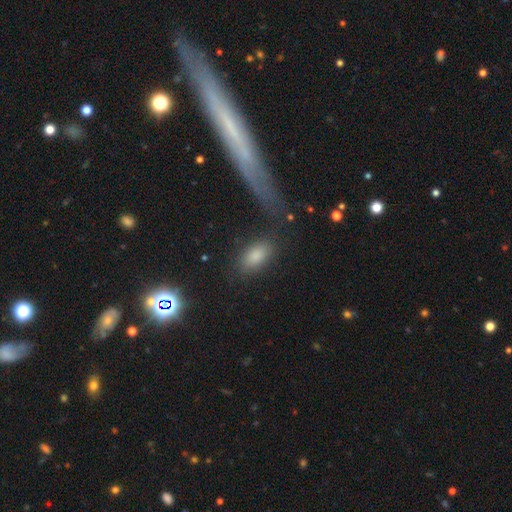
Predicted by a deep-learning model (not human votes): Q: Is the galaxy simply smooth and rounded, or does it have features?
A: smooth — 82%.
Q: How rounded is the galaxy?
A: in between — 89%.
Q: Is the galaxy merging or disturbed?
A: none — 75%.